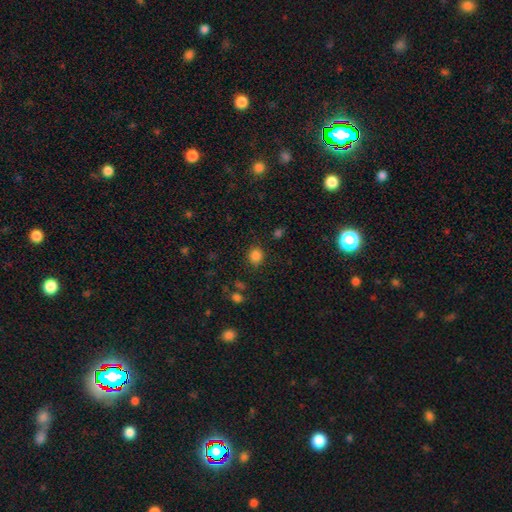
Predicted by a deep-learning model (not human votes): The model was most divided on "how rounded": round: 82%, in between: 17%, cigar-shaped: 1%. More confident: merging — none (85%); smooth or featured — smooth (84%).